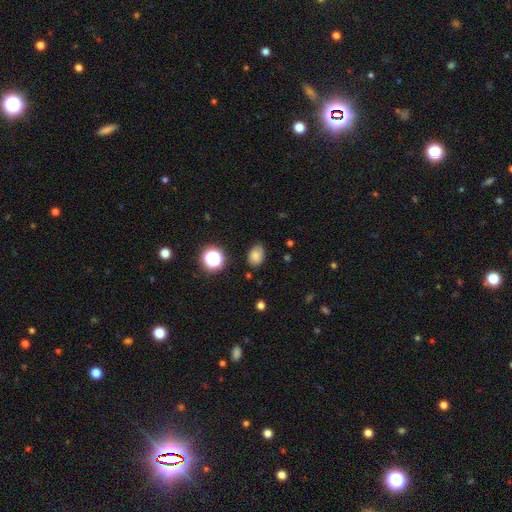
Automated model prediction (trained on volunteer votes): This is likely a smooth galaxy (77%). How rounded: likely in between (69%). Merging: likely none (75%).